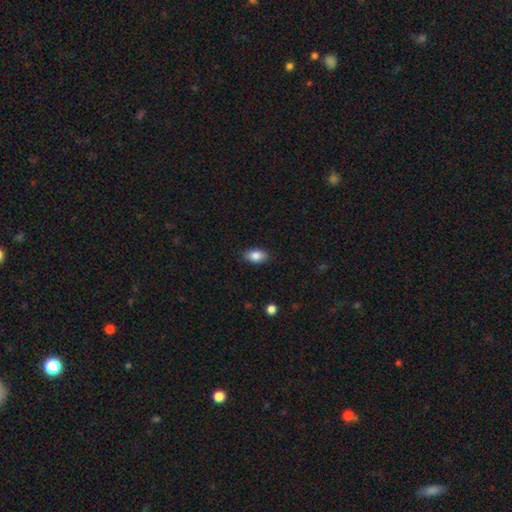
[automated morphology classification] Overall: smooth (86%). How rounded: in between (88%). Merging: none (86%).